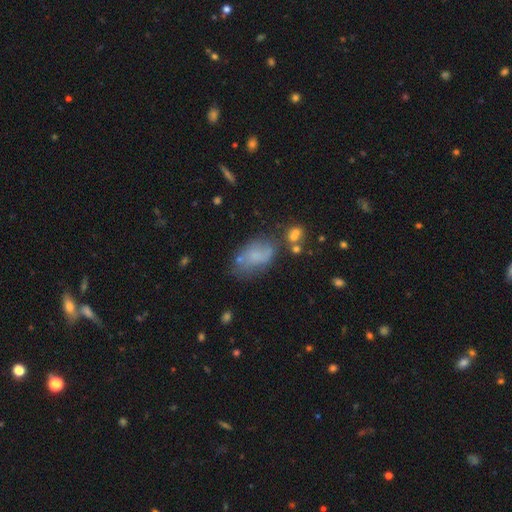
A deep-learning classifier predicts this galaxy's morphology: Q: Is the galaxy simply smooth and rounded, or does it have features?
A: smooth — 63%.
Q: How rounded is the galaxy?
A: in between — 88%.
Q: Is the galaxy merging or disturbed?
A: none — 44%.